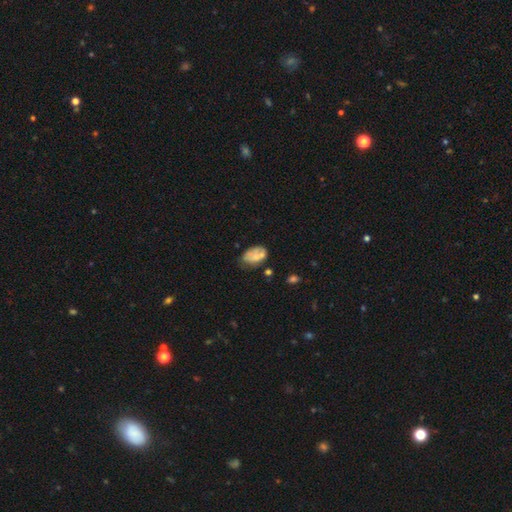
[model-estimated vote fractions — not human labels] This is likely a smooth galaxy (63%). How rounded: clearly in between (88%). Merging: marginally none (42%).